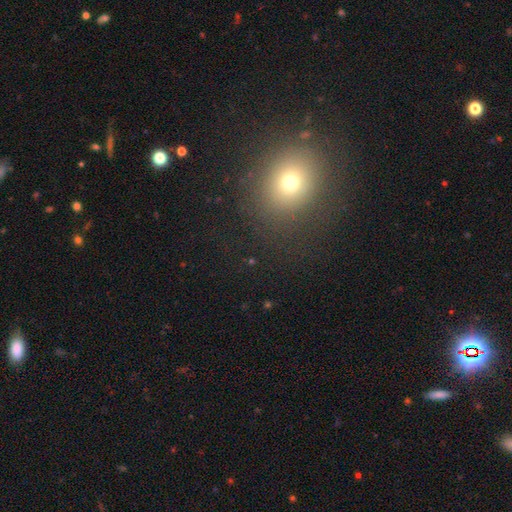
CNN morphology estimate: Q: Smooth or featured?
A: smooth (62%); runner-up: star or artifact (29%)
Q: How rounded?
A: round (76%); runner-up: in between (23%)
Q: Merging?
A: none (89%); runner-up: minor disturbance (6%)